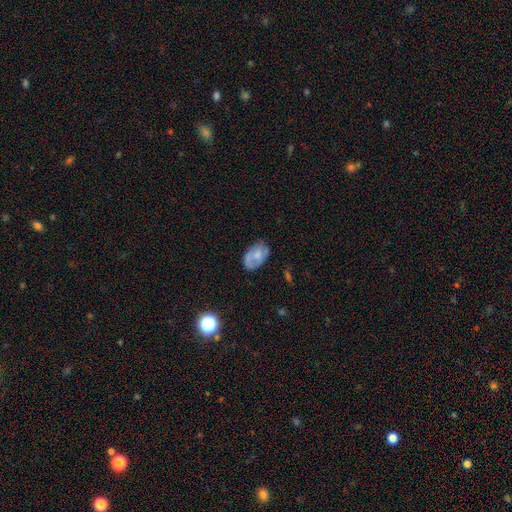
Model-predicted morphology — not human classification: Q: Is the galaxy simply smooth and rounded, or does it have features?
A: smooth — 52%.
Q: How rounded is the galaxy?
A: in between — 88%.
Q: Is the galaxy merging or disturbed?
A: none — 59%.